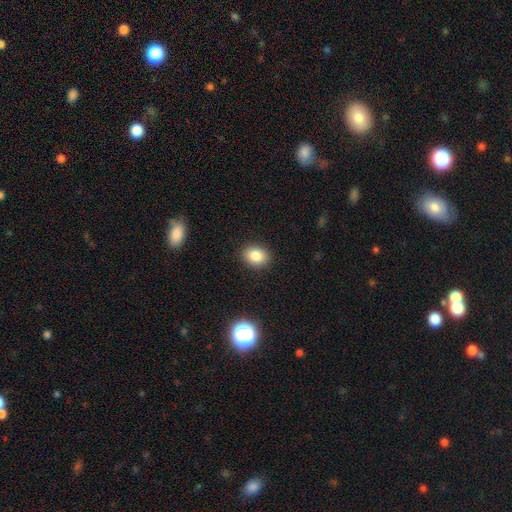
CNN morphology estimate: Smooth or featured? Predicted: smooth (p=0.83). How rounded? Predicted: in between (p=0.53). Merging? Predicted: none (p=0.89).